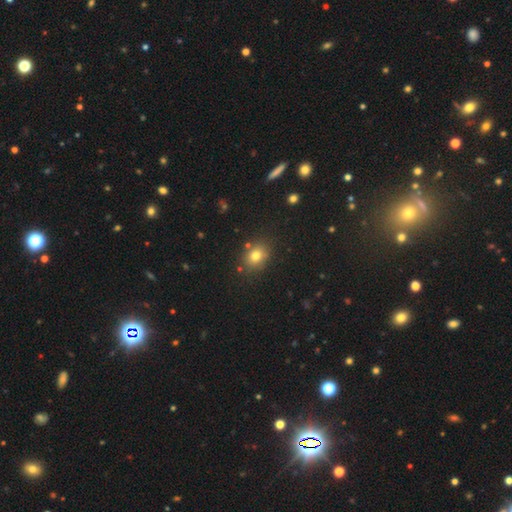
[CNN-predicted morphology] Smooth or featured? Predicted: smooth (p=0.77). How rounded? Predicted: in between (p=0.52). Merging? Predicted: none (p=0.82).